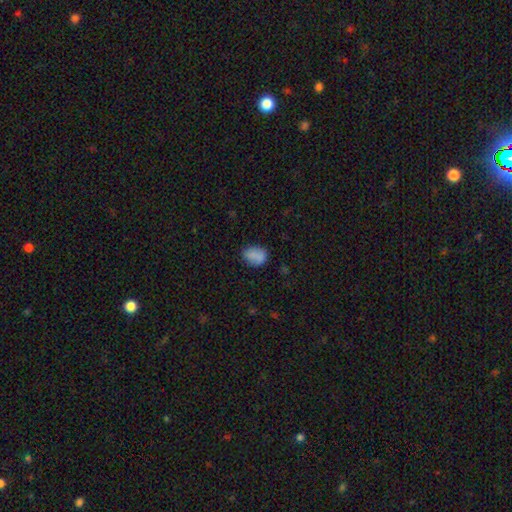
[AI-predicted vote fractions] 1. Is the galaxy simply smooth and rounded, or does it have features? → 84% smooth, 9% star or artifact, 7% featured or disk.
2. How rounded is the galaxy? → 61% in between, 38% round, 1% cigar-shaped.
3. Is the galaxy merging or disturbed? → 71% none, 20% minor disturbance, 5% major disturbance, 4% merger.